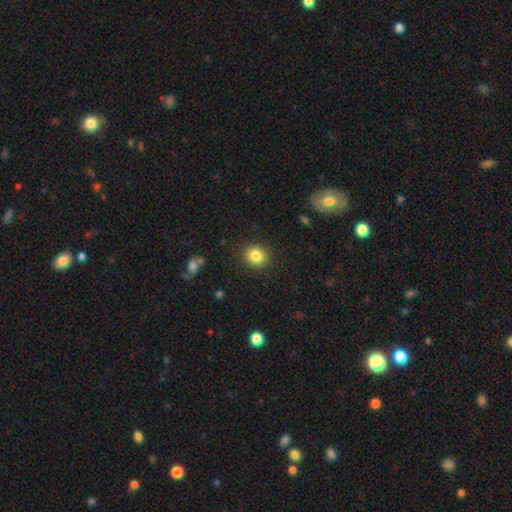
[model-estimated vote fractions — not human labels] Smooth or featured: smooth — 84% (star or artifact — 10%)
How rounded: round — 80% (in between — 19%)
Merging: none — 90% (minor disturbance — 7%)